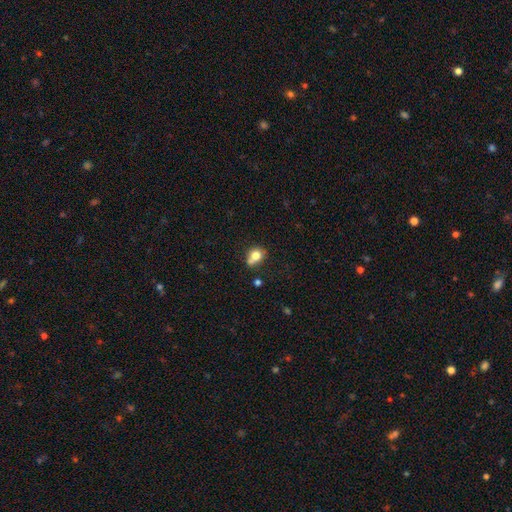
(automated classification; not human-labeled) smooth 75%, featured or disk 14%, star or artifact 11%. Down the decision tree: how rounded — round (60%); merging — none (47%).